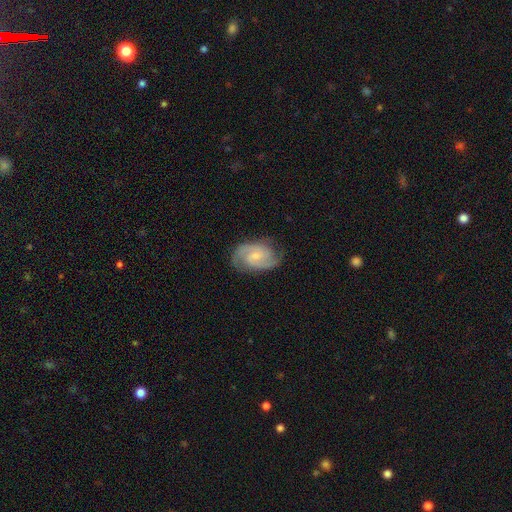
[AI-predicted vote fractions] Overall: featured or disk (82%). Edge-on disk: no (97%). Bar: weak (46%, tied with no). Spiral arms: yes (96%). Spiral arm count: 2 (82%). Spiral winding: medium (51%; tight 35%). Bulge size: small (61%; moderate 31%). Merging: none (77%).